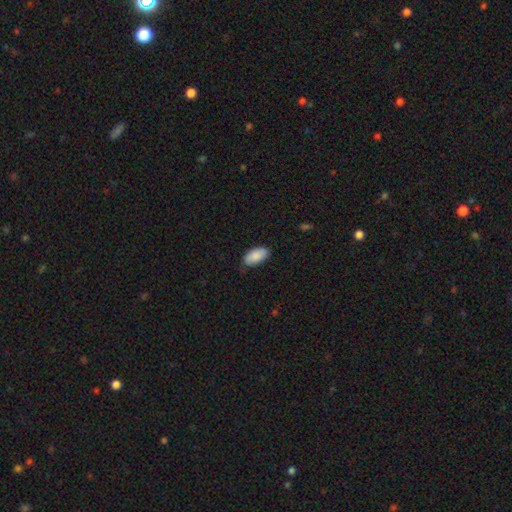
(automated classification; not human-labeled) This appears to be a smooth galaxy with no disk features (89%) that is in between round and cigar-shaped (94%). Merging: none (79%).